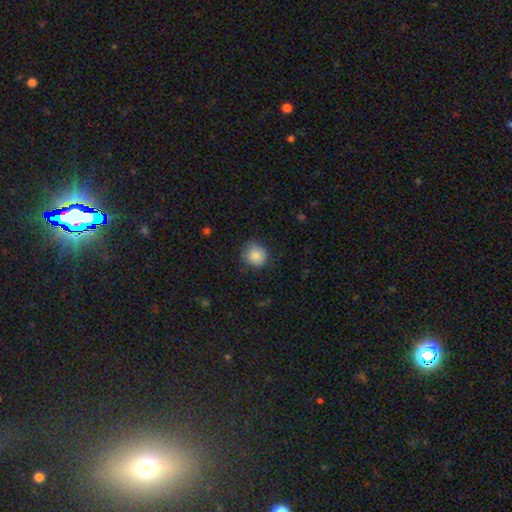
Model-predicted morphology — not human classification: type=smooth (87%); roundness=round (89%); merging=none (79%).